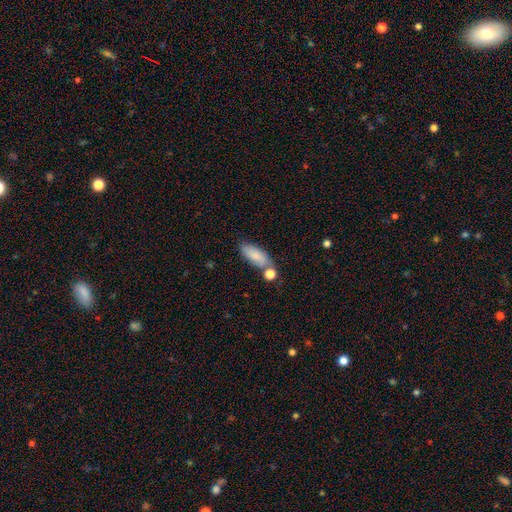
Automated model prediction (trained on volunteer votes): Smooth or featured? smooth (82%)
How rounded? in between (78%)
Merging? none (59%)